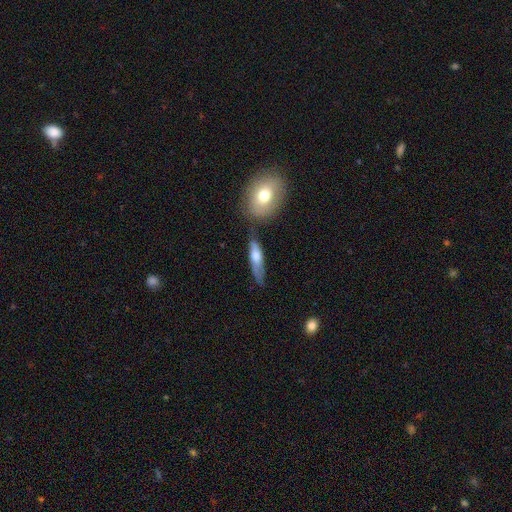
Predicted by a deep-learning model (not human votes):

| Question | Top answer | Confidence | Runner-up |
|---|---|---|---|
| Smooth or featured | smooth | 54% | featured or disk (40%) |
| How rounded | cigar-shaped | 62% | in between (35%) |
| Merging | none | 59% | minor disturbance (23%) |